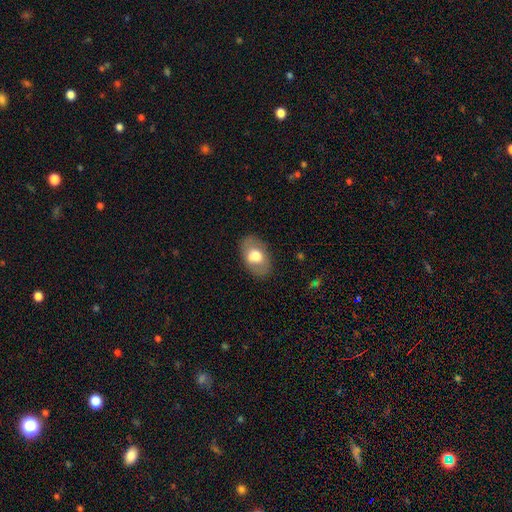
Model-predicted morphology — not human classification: smooth_or_featured: smooth (p=0.63) [alt: featured or disk p=0.30]
how_rounded: in between (p=0.87) [alt: round p=0.12]
merging: none (p=0.80) [alt: minor disturbance p=0.14]